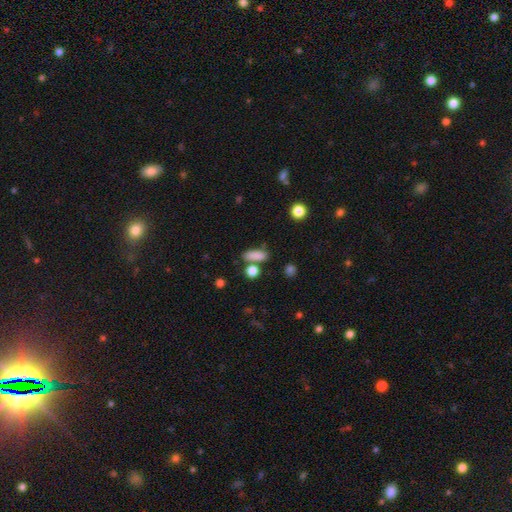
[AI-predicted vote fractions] This is clearly a smooth galaxy (84%). How rounded: likely in between (64%). Merging: likely none (69%).